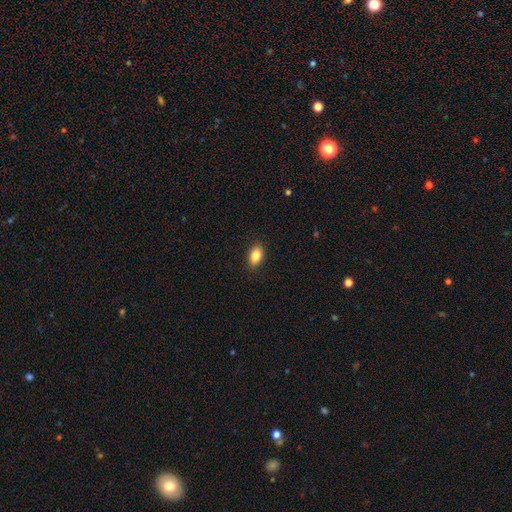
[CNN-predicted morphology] Smooth or featured? smooth (85%)
How rounded? in between (88%)
Merging? none (89%)